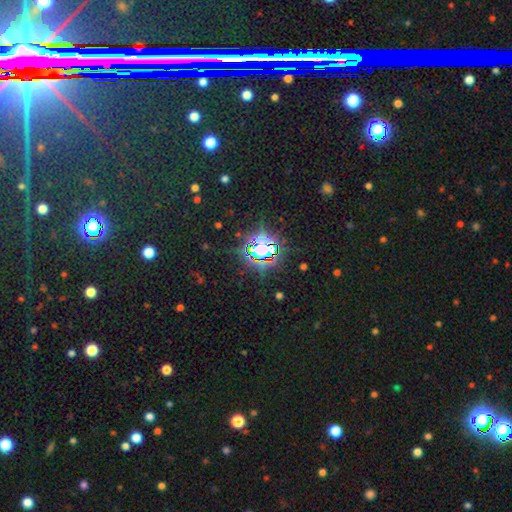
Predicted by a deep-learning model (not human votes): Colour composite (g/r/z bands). It shows a star or artifact, not a galaxy (81%).